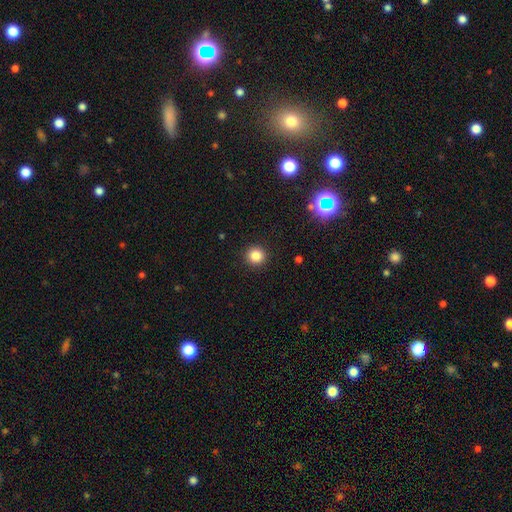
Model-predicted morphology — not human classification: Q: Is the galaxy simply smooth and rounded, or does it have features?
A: smooth — 83%.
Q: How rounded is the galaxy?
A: round — 95%.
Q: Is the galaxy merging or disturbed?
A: none — 93%.